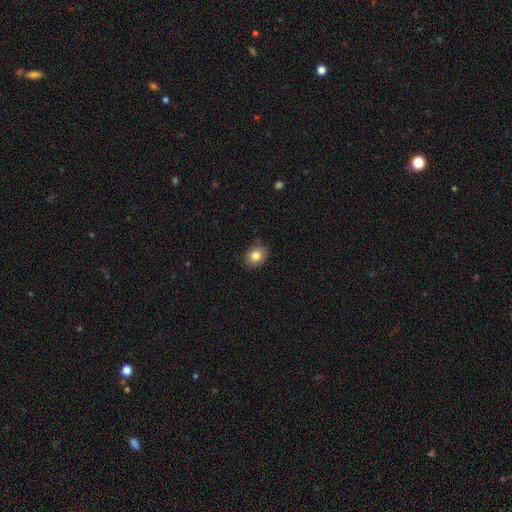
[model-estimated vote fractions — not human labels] smooth 83%, star or artifact 10%, featured or disk 7%. Down the decision tree: how rounded — round (55%); merging — none (84%).